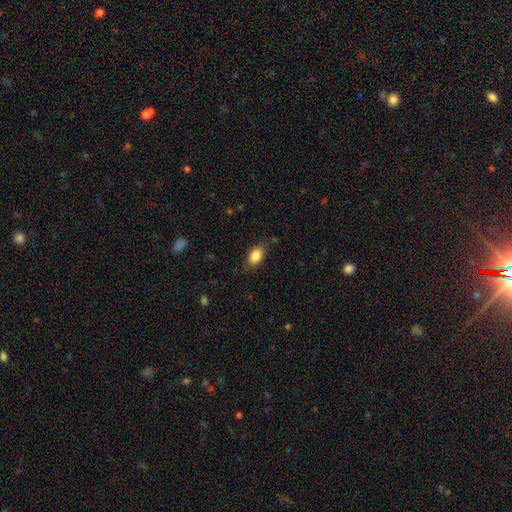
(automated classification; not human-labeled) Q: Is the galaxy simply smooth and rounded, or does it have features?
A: smooth — 85%.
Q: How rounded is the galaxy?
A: in between — 87%.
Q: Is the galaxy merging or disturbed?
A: none — 79%.